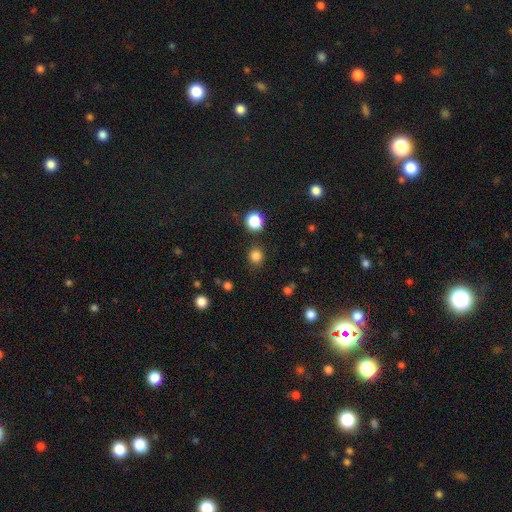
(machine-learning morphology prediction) Smooth or featured? Predicted: smooth (p=0.83). How rounded? Predicted: round (p=0.89). Merging? Predicted: none (p=0.87).